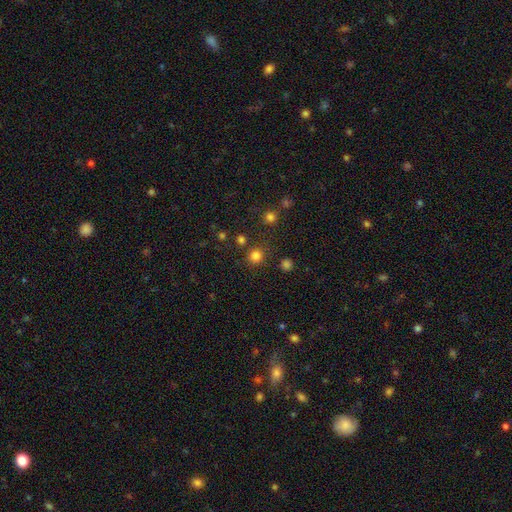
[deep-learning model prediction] A smooth galaxy with no disk features (79%) that is round (90%). Merging: none (82%).